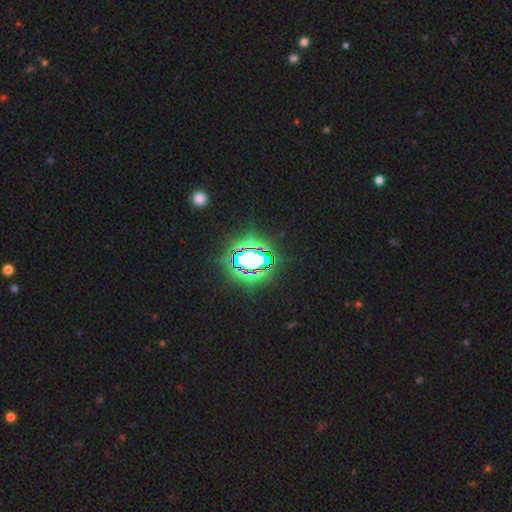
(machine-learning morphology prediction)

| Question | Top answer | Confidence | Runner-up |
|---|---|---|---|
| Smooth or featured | star or artifact | 74% | smooth (15%) |